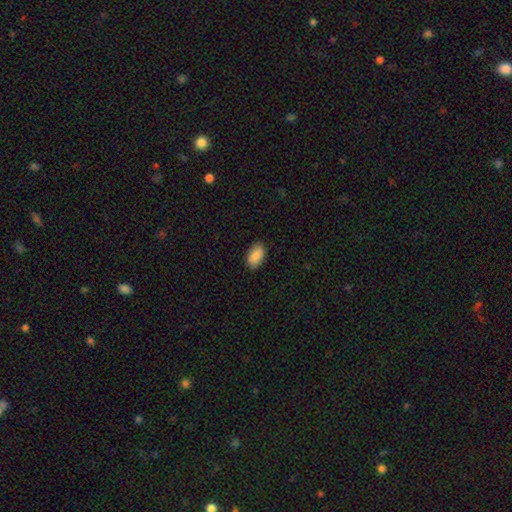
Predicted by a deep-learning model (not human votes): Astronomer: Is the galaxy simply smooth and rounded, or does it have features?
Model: smooth — 89%.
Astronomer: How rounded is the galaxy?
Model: in between — 93%.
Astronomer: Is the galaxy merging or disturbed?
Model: none — 86%.